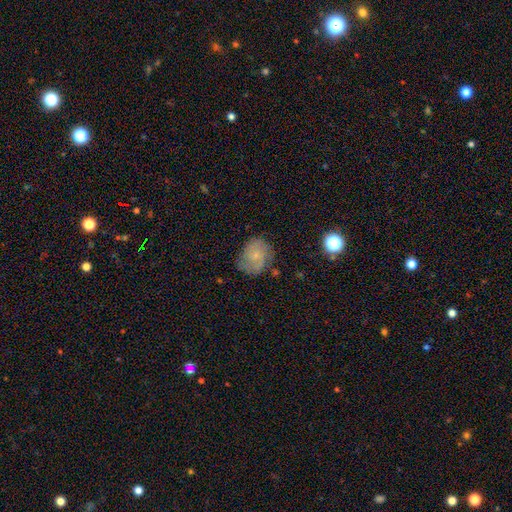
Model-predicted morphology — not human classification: Q: Smooth or featured?
A: smooth (48%); runner-up: featured or disk (42%)
Q: Merging?
A: none (66%); runner-up: minor disturbance (24%)